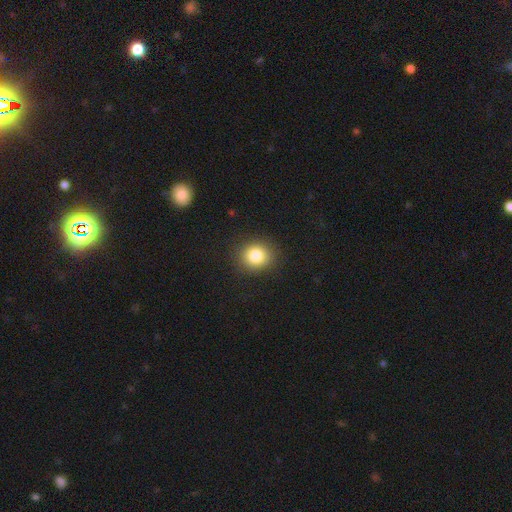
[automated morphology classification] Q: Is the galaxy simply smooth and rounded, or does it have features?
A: smooth — 83%.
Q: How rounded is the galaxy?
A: round — 81%.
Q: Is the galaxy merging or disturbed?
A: none — 89%.